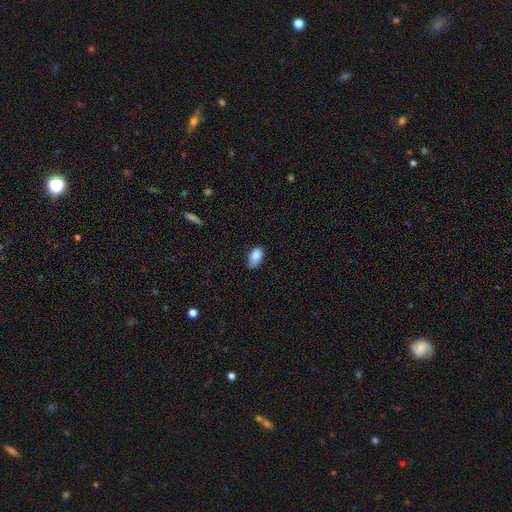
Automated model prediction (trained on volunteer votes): Smooth or featured?
  - smooth: 84% *
  - featured or disk: 8%
  - star or artifact: 8%
How rounded?
  - in between: 90% *
  - round: 7%
  - cigar-shaped: 2%
Merging?
  - none: 55% *
  - minor disturbance: 36%
  - major disturbance: 7%
  - merger: 2%